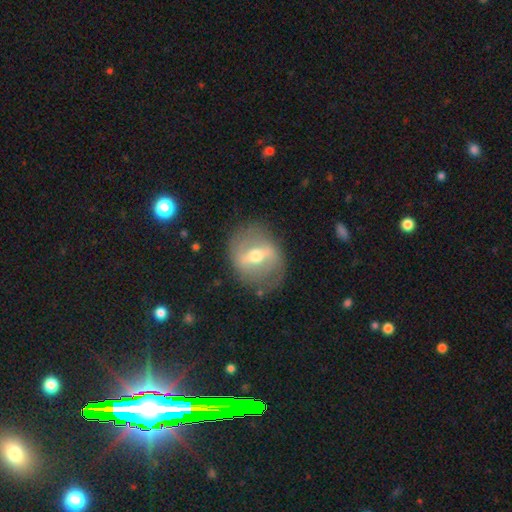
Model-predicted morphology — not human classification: This is likely a featured or disk galaxy (73%). It is clearly not viewed edge-on (87%). Bar: likely strong (64%). Spiral arm pattern: possibly no (53%). Central bulge: likely moderate (70%). Merging: likely none (77%).